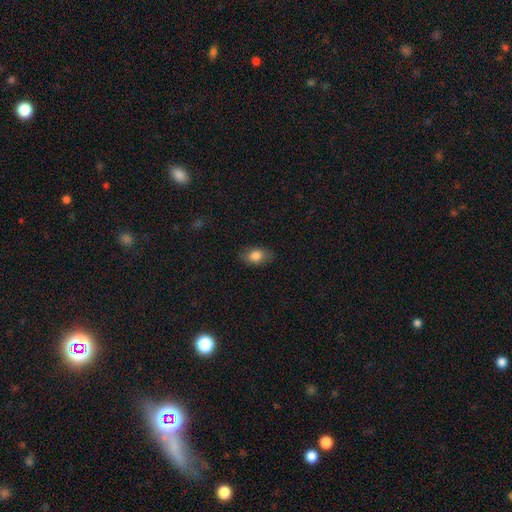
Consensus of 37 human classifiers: Smooth or featured? 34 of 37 (92%) said smooth. How rounded? 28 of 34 (82%) said in between. Merging? 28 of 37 (76%) said none.